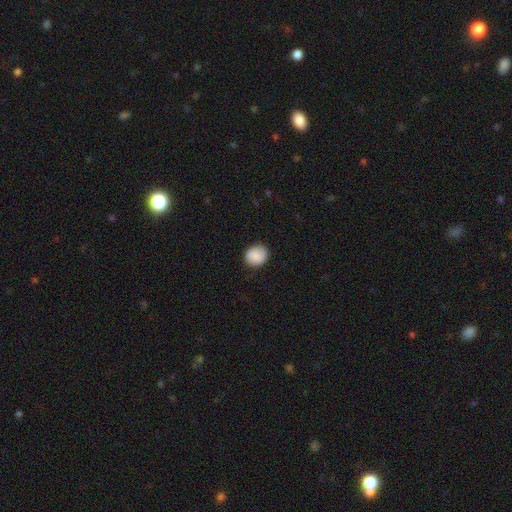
Q: Smooth or featured?
A: smooth (82%); runner-up: featured or disk (10%)
Q: How rounded?
A: round (61%); runner-up: in between (36%)
Q: Merging?
A: none (76%); runner-up: minor disturbance (22%)